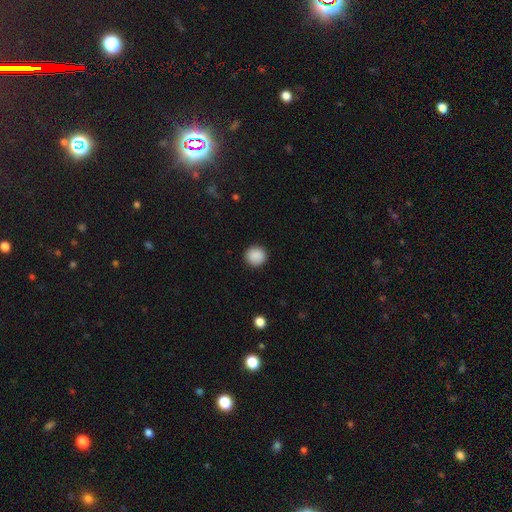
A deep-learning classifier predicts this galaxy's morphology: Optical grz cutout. It shows a smooth galaxy with no disk features (89%) that is round (94%). Merging: none (92%).